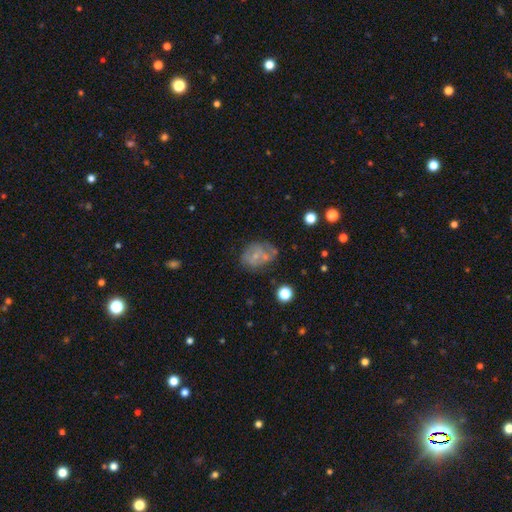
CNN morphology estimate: This is possibly a featured or disk galaxy (46%). Merging: possibly none (46%).